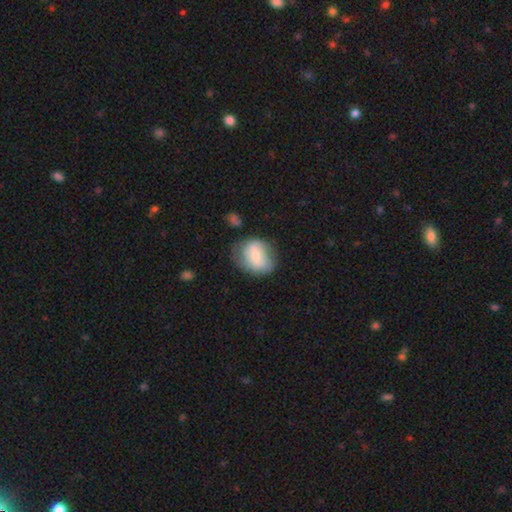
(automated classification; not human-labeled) smooth 60%, featured or disk 33%, star or artifact 7%. Down the decision tree: how rounded — round (52%); merging — none (58%).